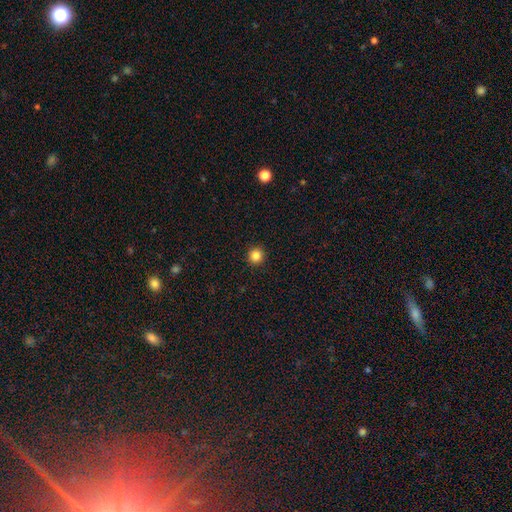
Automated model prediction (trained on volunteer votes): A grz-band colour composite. It shows a smooth galaxy with no disk features (84%) that is round (96%). Merging: none (93%).